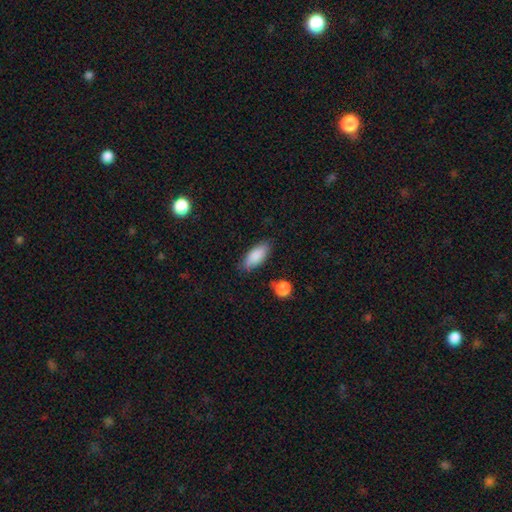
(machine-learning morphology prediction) Smooth or featured: smooth — 86% (featured or disk — 7%)
How rounded: in between — 83% (cigar-shaped — 15%)
Merging: none — 79% (minor disturbance — 16%)